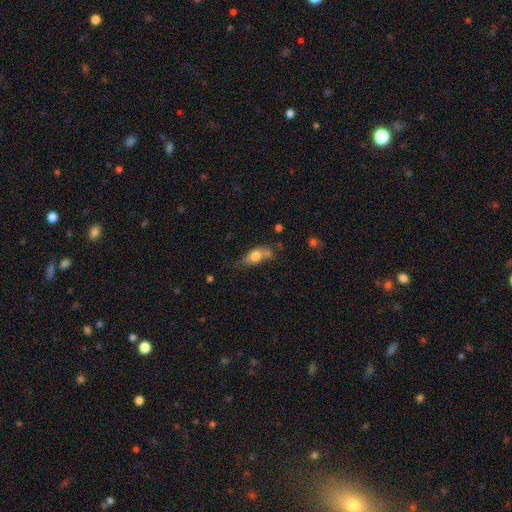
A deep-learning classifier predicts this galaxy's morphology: Smooth or featured? Predicted: smooth (p=0.72). How rounded? Predicted: in between (p=0.73). Merging? Predicted: none (p=0.46).